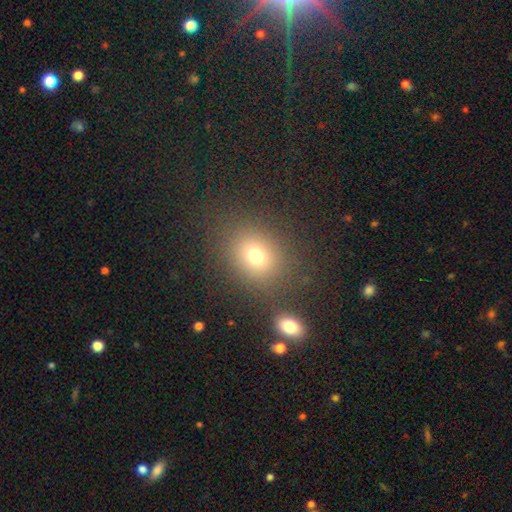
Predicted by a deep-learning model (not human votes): smooth 74%, star or artifact 16%, featured or disk 10%. Down the decision tree: how rounded — round (62%); merging — none (79%).